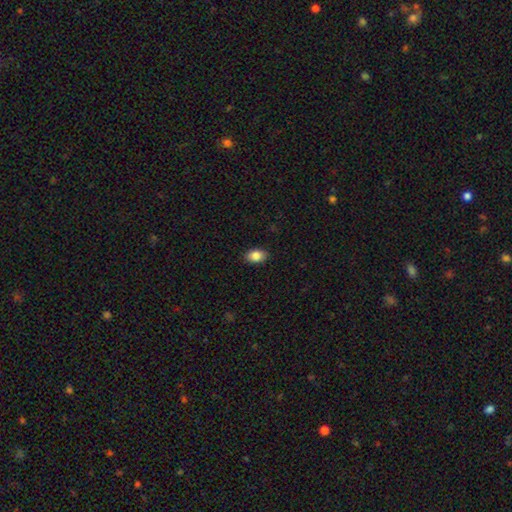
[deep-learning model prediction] This is clearly a smooth galaxy (85%). How rounded: clearly in between (86%). Merging: clearly none (89%).